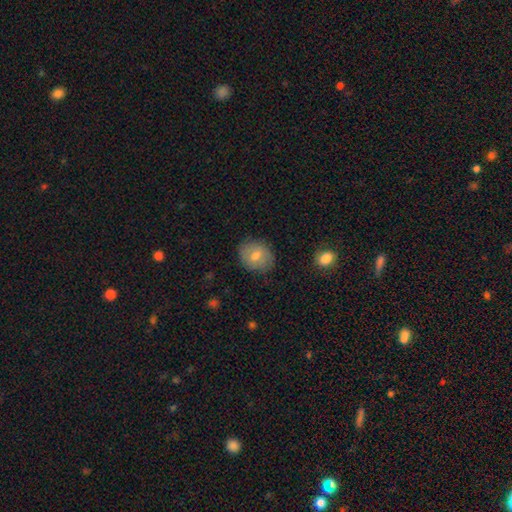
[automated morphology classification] smooth_or_featured: smooth (p=0.69) [alt: featured or disk p=0.22]
how_rounded: round (p=0.61) [alt: in between p=0.38]
merging: none (p=0.84) [alt: minor disturbance p=0.12]